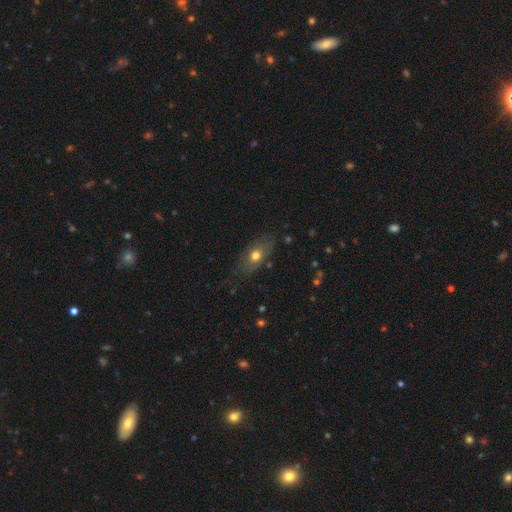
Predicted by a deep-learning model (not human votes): The model was most divided on "smooth or featured": smooth: 63%, featured or disk: 28%, star or artifact: 9%. More confident: how rounded — in between (78%); merging — none (72%).